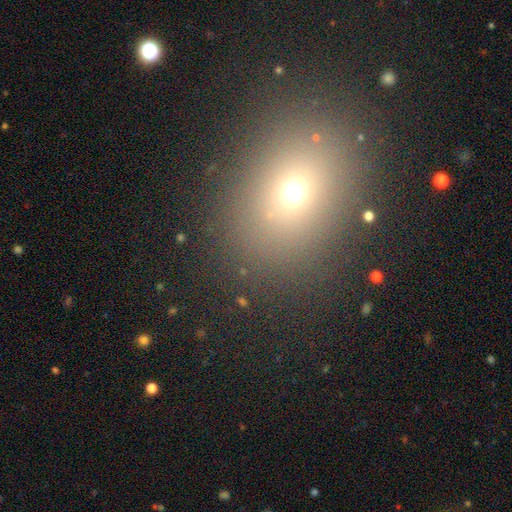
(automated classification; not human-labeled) smooth 64%, star or artifact 25%, featured or disk 11%. Down the decision tree: how rounded — round (53%); merging — none (86%).